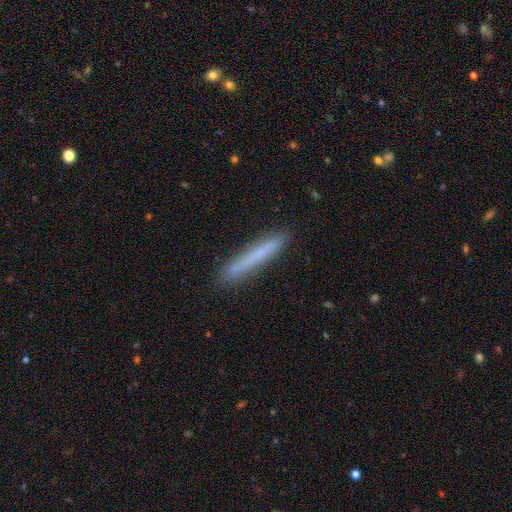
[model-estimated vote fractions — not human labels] This is likely a smooth galaxy (68%). How rounded: clearly cigar-shaped (96%). Merging: clearly none (89%).